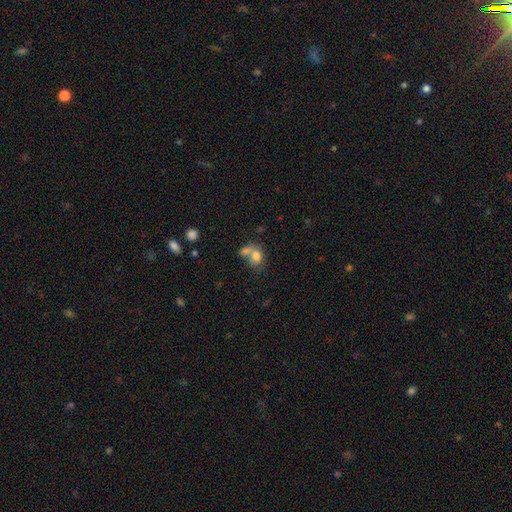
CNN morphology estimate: type=smooth (77%); roundness=in between (60%); merging=merger (55%).